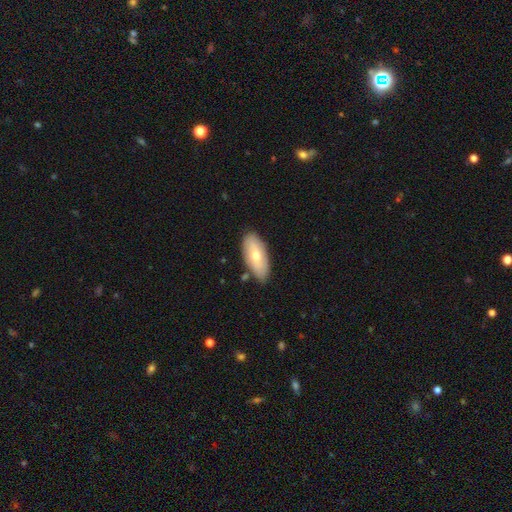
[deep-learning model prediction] Smooth or featured: smooth — 61% (featured or disk — 33%)
How rounded: in between — 87% (cigar-shaped — 11%)
Merging: none — 83% (minor disturbance — 12%)